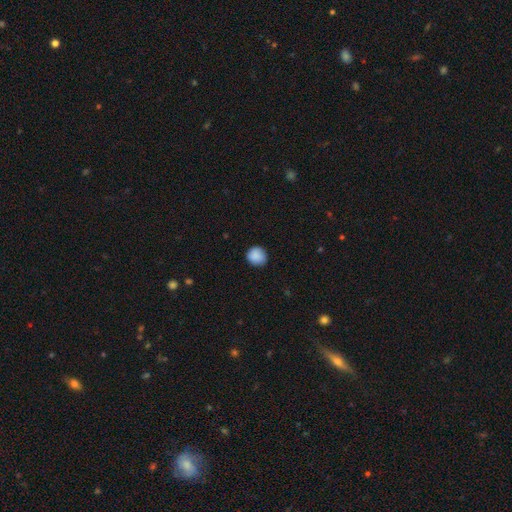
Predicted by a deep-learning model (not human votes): smooth-or-featured: smooth: 88% | star or artifact: 8% | featured or disk: 4%
  how-rounded: round: 89% | in between: 10% | cigar-shaped: 1%
  merging: none: 85% | minor disturbance: 11% | major disturbance: 2% | merger: 1%